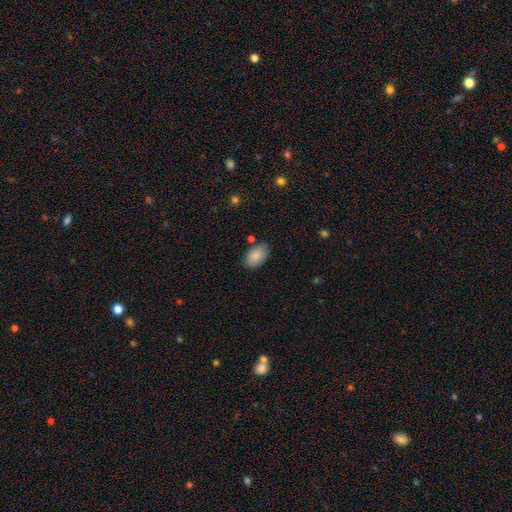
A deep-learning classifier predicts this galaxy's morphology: smooth 87%, featured or disk 7%, star or artifact 6%. Down the decision tree: how rounded — in between (93%); merging — none (79%).